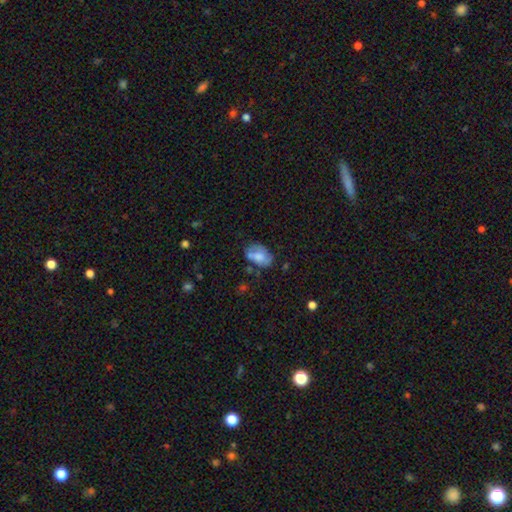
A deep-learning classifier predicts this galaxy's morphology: smooth-or-featured: smooth: 58% | featured or disk: 34% | star or artifact: 8%
  how-rounded: in between: 83% | round: 16% | cigar-shaped: 1%
  merging: none: 51% | minor disturbance: 29% | major disturbance: 12% | merger: 8%